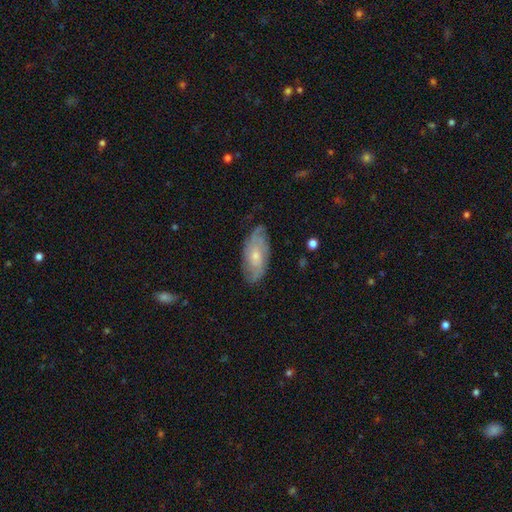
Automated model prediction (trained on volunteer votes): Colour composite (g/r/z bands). It shows a featured or disk galaxy (65%) with no bar (75%), tight (49%) spiral arms (87%) and a small central bulge (56%). Merging: none (72%).